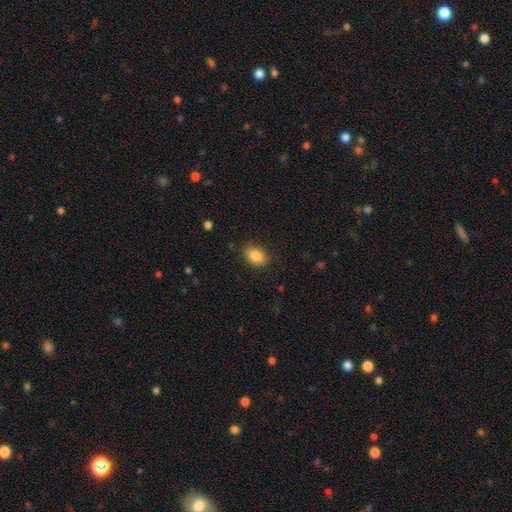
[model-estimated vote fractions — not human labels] Smooth or featured?
  - smooth: 86% *
  - star or artifact: 8%
  - featured or disk: 6%
How rounded?
  - in between: 84% *
  - round: 15%
  - cigar-shaped: 1%
Merging?
  - none: 84% *
  - minor disturbance: 11%
  - major disturbance: 3%
  - merger: 1%